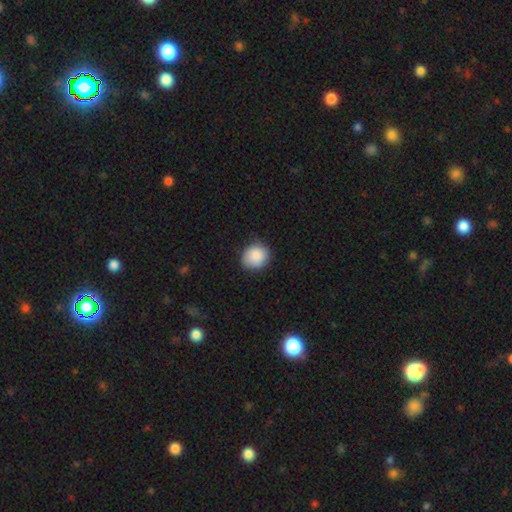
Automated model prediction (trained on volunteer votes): smooth_or_featured: smooth (p=0.88) [alt: star or artifact p=0.08]
how_rounded: round (p=0.79) [alt: in between p=0.20]
merging: none (p=0.81) [alt: minor disturbance p=0.15]